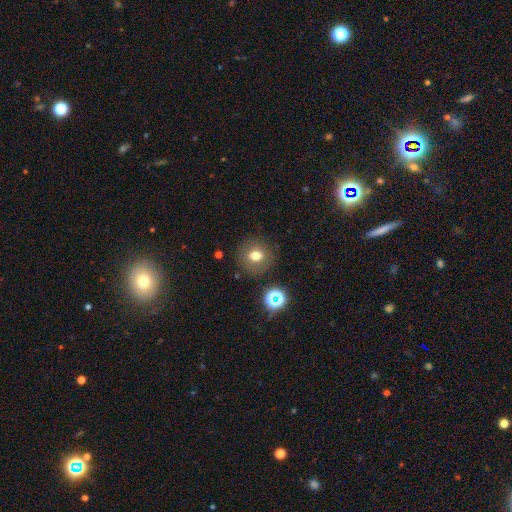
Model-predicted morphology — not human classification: Overall: smooth (71%). How rounded: round (82%). Merging: none (85%).